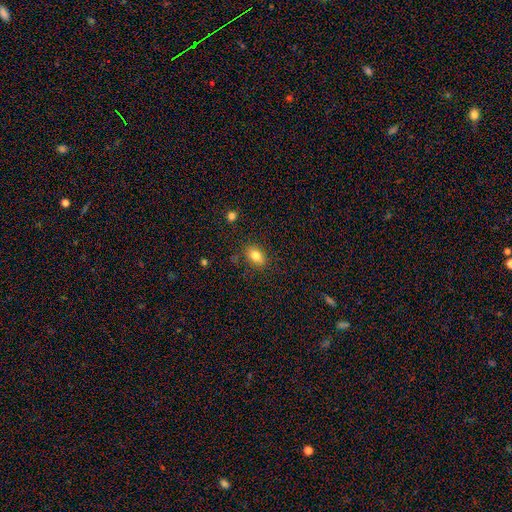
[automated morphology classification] smooth-or-featured: smooth: 81% | star or artifact: 9% | featured or disk: 9%
  how-rounded: in between: 82% | round: 16% | cigar-shaped: 2%
  merging: none: 80% | minor disturbance: 14% | major disturbance: 3% | merger: 3%